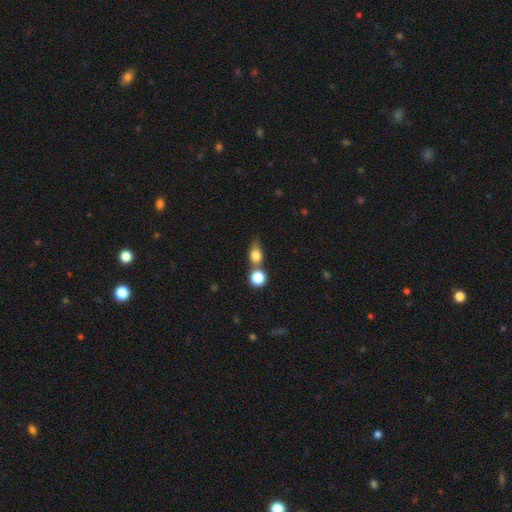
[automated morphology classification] This appears to be a smooth galaxy with no disk features (78%) that is in between round and cigar-shaped (49%). Merging: merger (41%).